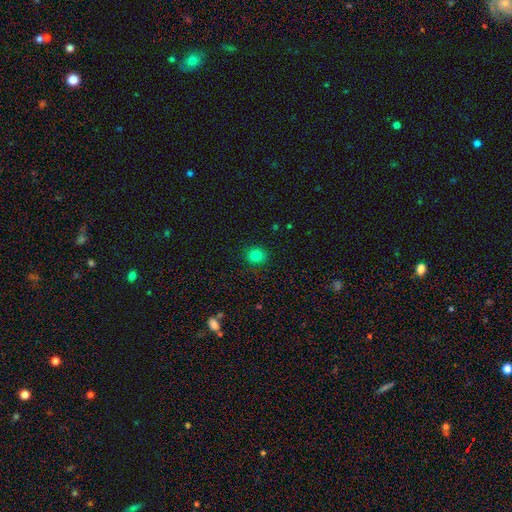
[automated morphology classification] Smooth or featured? Predicted: smooth (p=0.82). How rounded? Predicted: round (p=0.83). Merging? Predicted: none (p=0.89).